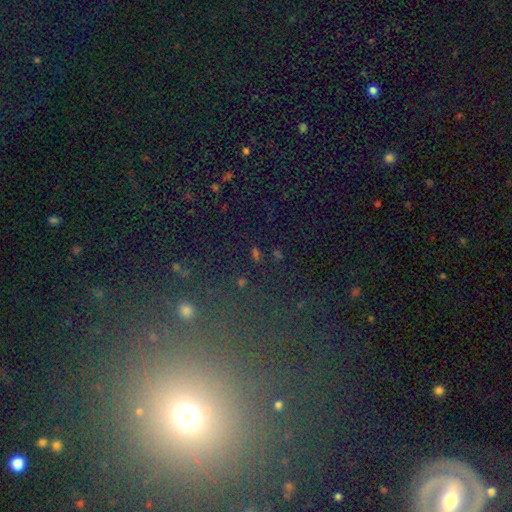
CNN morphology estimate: The model was most divided on "smooth or featured": star or artifact: 62%, smooth: 26%, featured or disk: 12%.